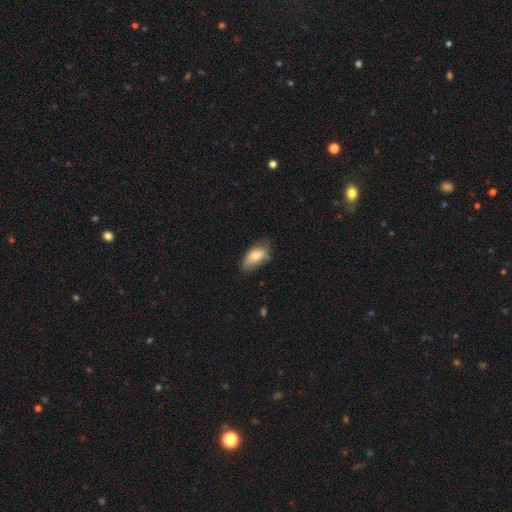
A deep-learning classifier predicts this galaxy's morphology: Q: Smooth or featured?
A: smooth (76%); runner-up: featured or disk (17%)
Q: How rounded?
A: in between (92%); runner-up: cigar-shaped (4%)
Q: Merging?
A: none (61%); runner-up: minor disturbance (30%)